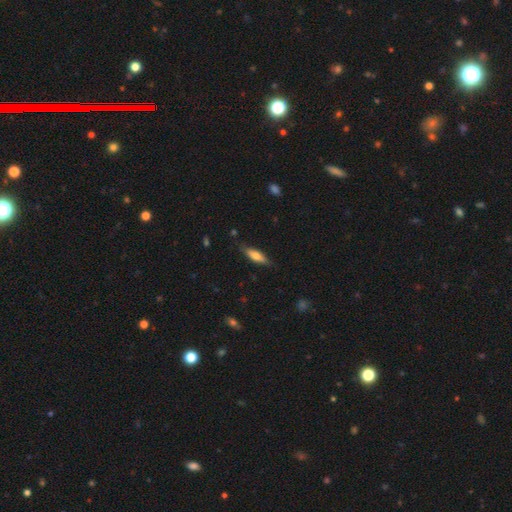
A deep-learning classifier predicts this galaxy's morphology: smooth-or-featured: smooth: 60% | featured or disk: 34% | star or artifact: 6%
  how-rounded: cigar-shaped: 59% | in between: 39% | round: 2%
  merging: none: 80% | minor disturbance: 16% | major disturbance: 3% | merger: 1%